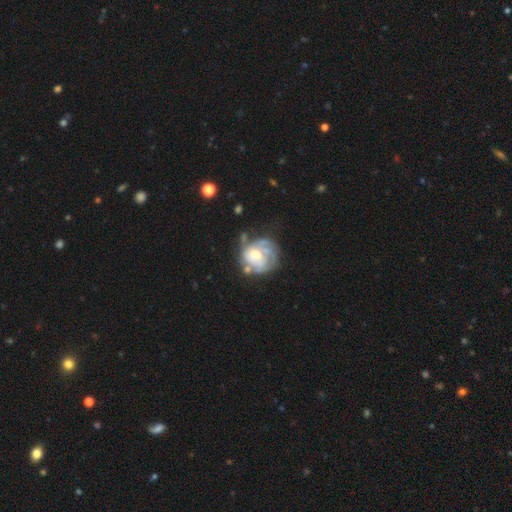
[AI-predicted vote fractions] Morphology: type=featured or disk (68%); edge-on=no (98%); bar=no (72%); spiral arms=yes (69%); bulge=moderate (52%); merging=none (47%).